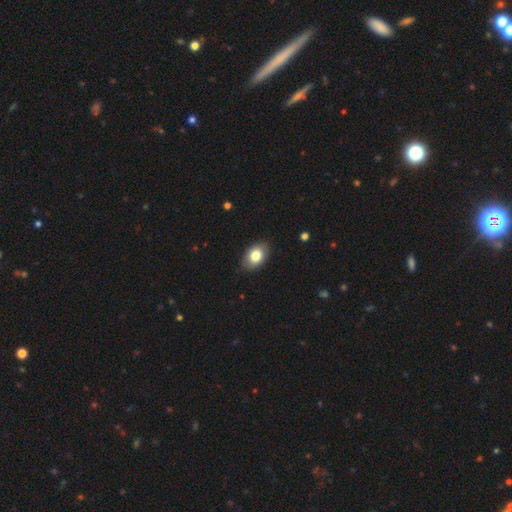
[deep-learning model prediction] smooth 80%, featured or disk 12%, star or artifact 7%. Down the decision tree: how rounded — in between (85%); merging — none (84%).